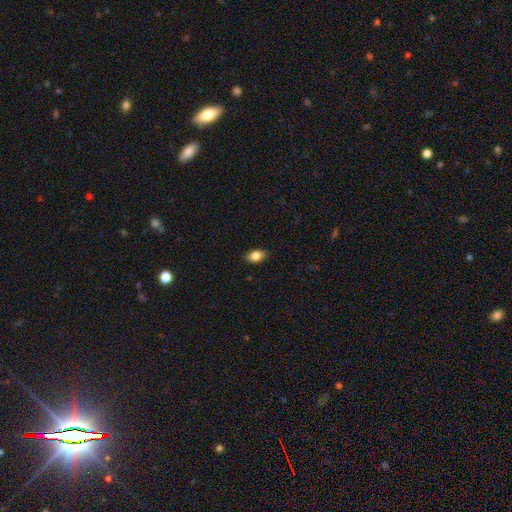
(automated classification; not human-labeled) Morphology: type=smooth (85%); roundness=in between (80%); merging=none (86%).